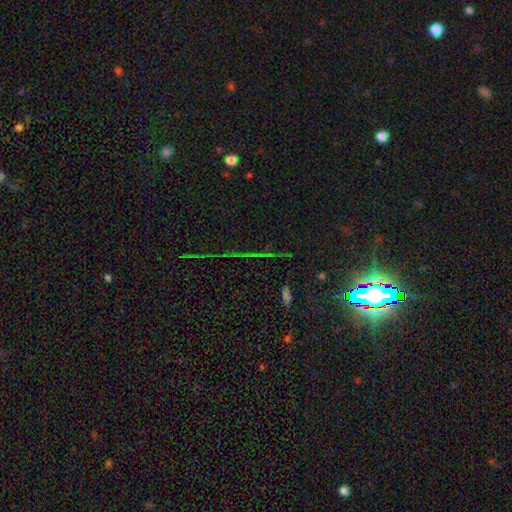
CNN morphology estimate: This is likely a star or artifact rather than a galaxy (78%).